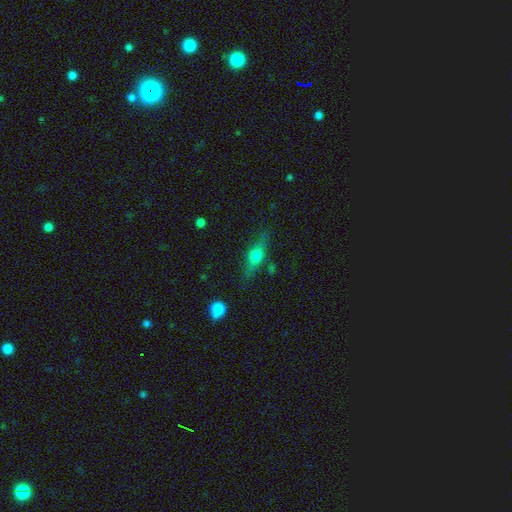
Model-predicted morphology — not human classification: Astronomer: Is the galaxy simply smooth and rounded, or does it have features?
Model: featured or disk — 49% (runner-up: smooth, 43%).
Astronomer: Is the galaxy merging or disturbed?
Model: none — 79%.